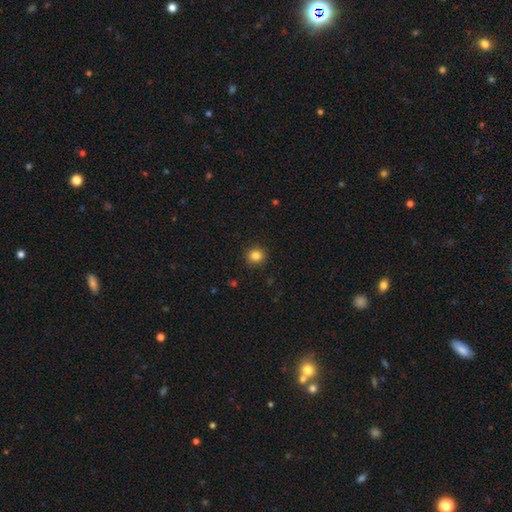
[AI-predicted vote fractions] This is clearly a smooth galaxy (83%). How rounded: clearly round (92%). Merging: clearly none (91%).